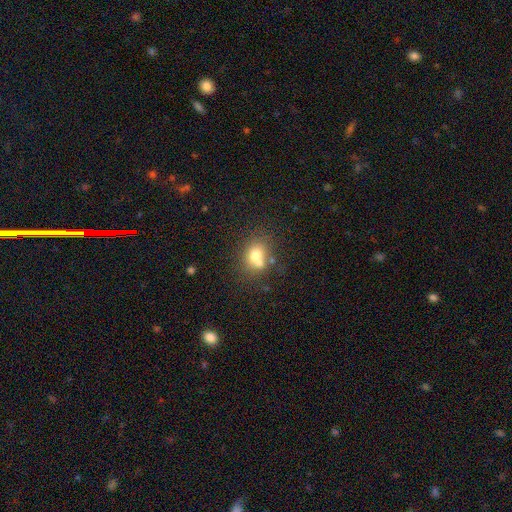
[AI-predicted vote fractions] This is likely a smooth galaxy (69%). How rounded: possibly round (59%). Merging: marginally none (43%).